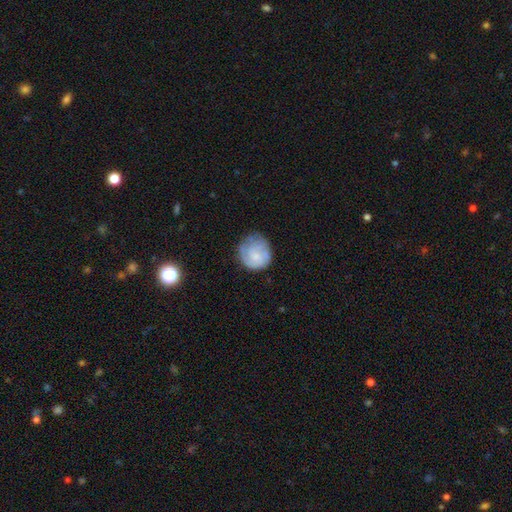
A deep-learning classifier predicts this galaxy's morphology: Smooth or featured? Predicted: smooth (p=0.52). How rounded? Predicted: round (p=0.85). Merging? Predicted: none (p=0.63).